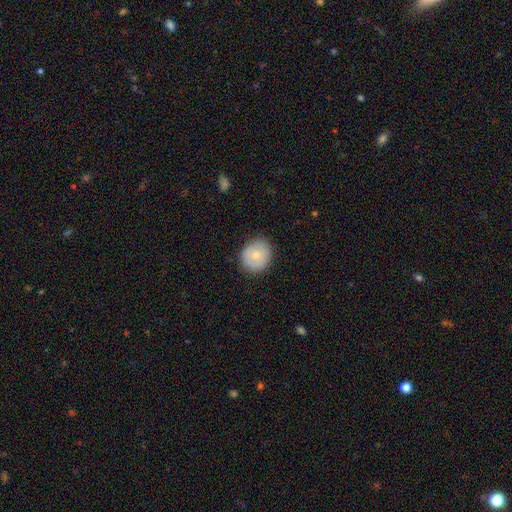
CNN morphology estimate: A smooth galaxy with no disk features (71%) that is round (79%).

Vote fractions:
- Smooth or featured? smooth: 71% / featured or disk: 21% / star or artifact: 8%
- How rounded? round: 79% / in between: 21% / cigar-shaped: 1%
- Merging? none: 82% / minor disturbance: 14% / major disturbance: 3% / merger: 1%